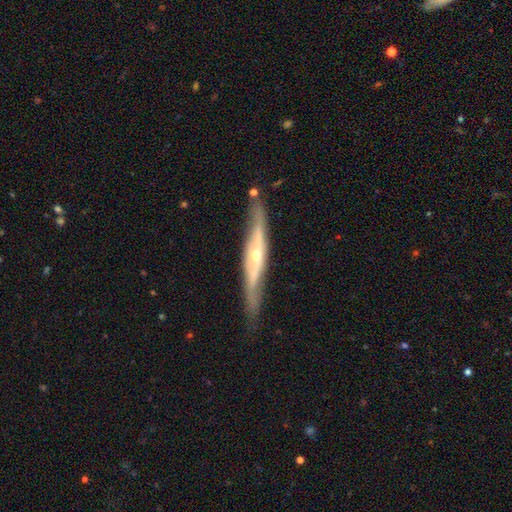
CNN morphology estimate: A featured or disk galaxy (76%) viewed edge-on (78%) with a rounded central bulge (83%).

Vote fractions:
- Smooth or featured? featured or disk: 76% / smooth: 18% / star or artifact: 5%
- Edge-on disk? yes: 78% / no: 22%
- Edge-on bulge? rounded: 83% / none: 12% / boxy: 5%
- Merging? none: 77% / minor disturbance: 16% / major disturbance: 5% / merger: 2%